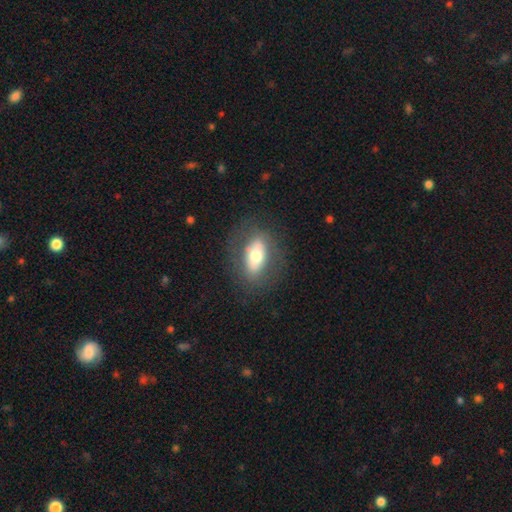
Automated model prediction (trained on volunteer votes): Smooth or featured?
  - smooth: 57% *
  - featured or disk: 35%
  - star or artifact: 8%
How rounded?
  - in between: 83% *
  - round: 9%
  - cigar-shaped: 7%
Merging?
  - none: 79% *
  - minor disturbance: 13%
  - major disturbance: 7%
  - merger: 1%